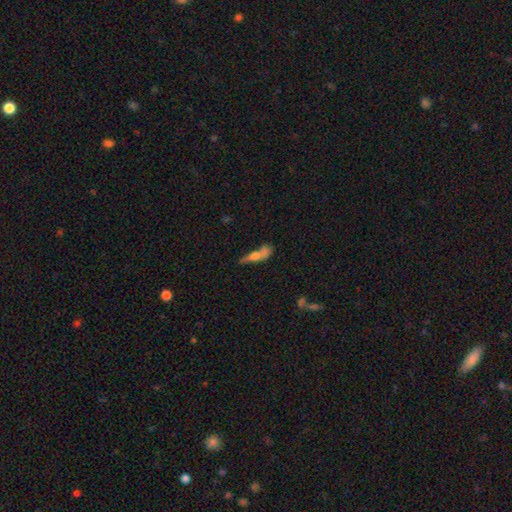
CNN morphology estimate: Smooth or featured?
  - smooth: 49% *
  - featured or disk: 40%
  - star or artifact: 11%
Merging?
  - none: 35% *
  - merger: 32%
  - minor disturbance: 18%
  - major disturbance: 15%